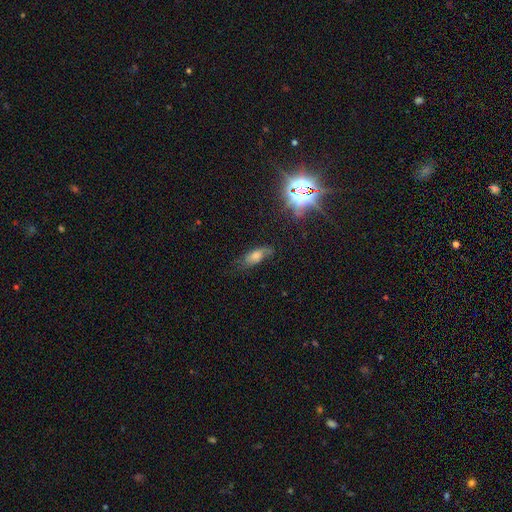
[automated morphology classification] Q: Smooth or featured?
A: smooth (42%); runner-up: featured or disk (33%)
Q: Merging?
A: none (59%); runner-up: minor disturbance (27%)